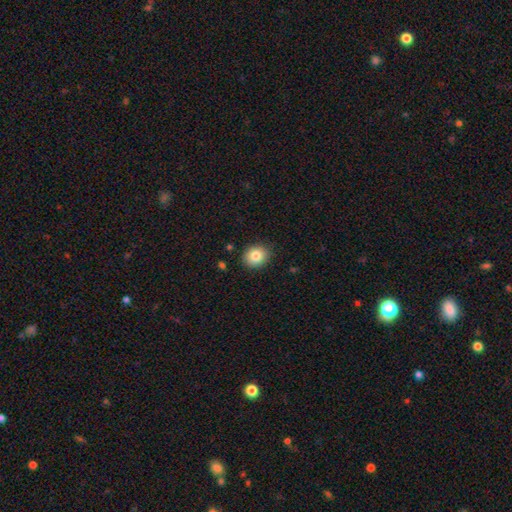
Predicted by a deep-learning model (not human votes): This appears to be a smooth galaxy with no disk features (83%) that is round (68%). Merging: none (87%).